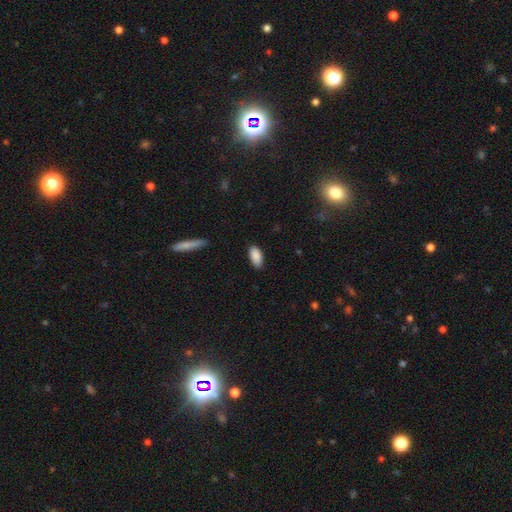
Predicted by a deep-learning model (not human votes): Morphology: type=smooth (90%); roundness=in between (91%); merging=none (85%).